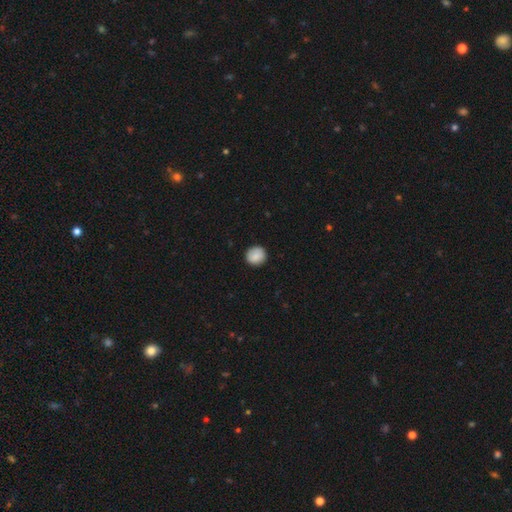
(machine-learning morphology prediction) A smooth galaxy with no disk features (87%) that is round (89%). Merging: none (88%).